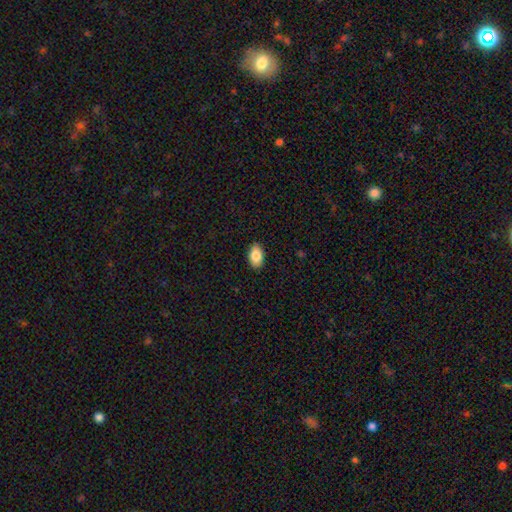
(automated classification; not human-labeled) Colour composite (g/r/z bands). It shows a smooth galaxy with no disk features (86%) that is in between round and cigar-shaped (92%). Merging: none (90%).